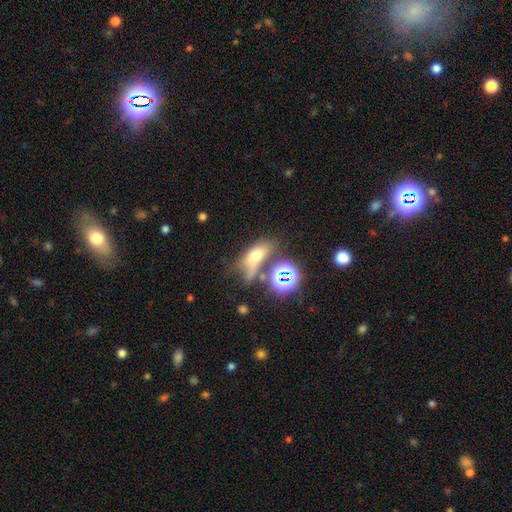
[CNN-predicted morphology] A smooth galaxy with no disk features (55%) that is in between round and cigar-shaped (66%). Merging: none (40%).